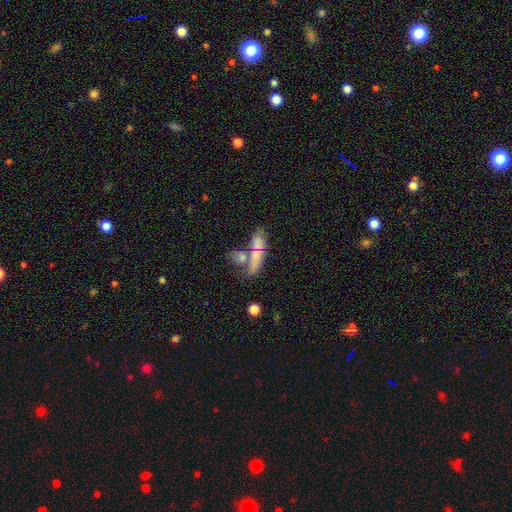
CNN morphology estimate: smooth_or_featured: smooth (p=0.69) [alt: featured or disk p=0.21]
how_rounded: in between (p=0.48) [alt: cigar-shaped p=0.43]
merging: merger (p=0.41) [alt: none p=0.37]